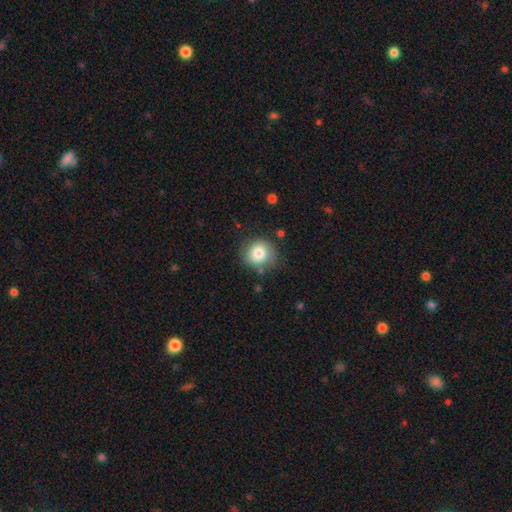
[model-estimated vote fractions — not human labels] Smooth or featured: smooth — 80% (star or artifact — 10%)
How rounded: round — 86% (in between — 13%)
Merging: none — 80% (minor disturbance — 14%)